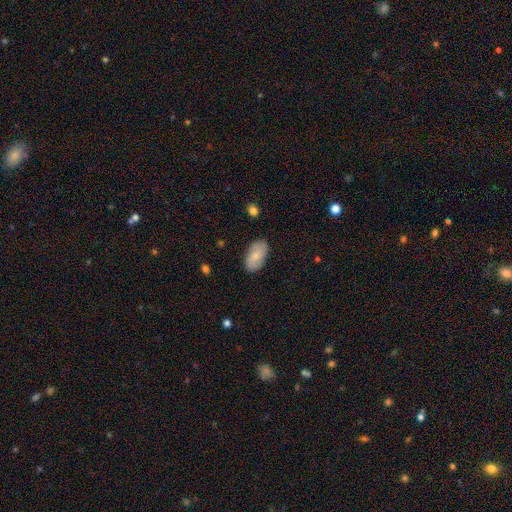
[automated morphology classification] Smooth or featured: smooth — 74% (featured or disk — 20%)
How rounded: in between — 95% (round — 3%)
Merging: none — 85% (minor disturbance — 12%)